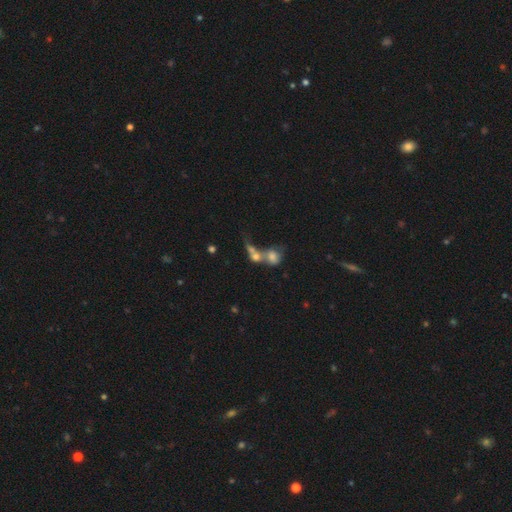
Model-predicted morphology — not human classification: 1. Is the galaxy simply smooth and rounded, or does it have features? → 58% smooth, 27% featured or disk, 15% star or artifact.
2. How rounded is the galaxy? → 50% round, 44% in between, 6% cigar-shaped.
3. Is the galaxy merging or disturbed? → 67% merger, 17% none, 9% major disturbance, 6% minor disturbance.